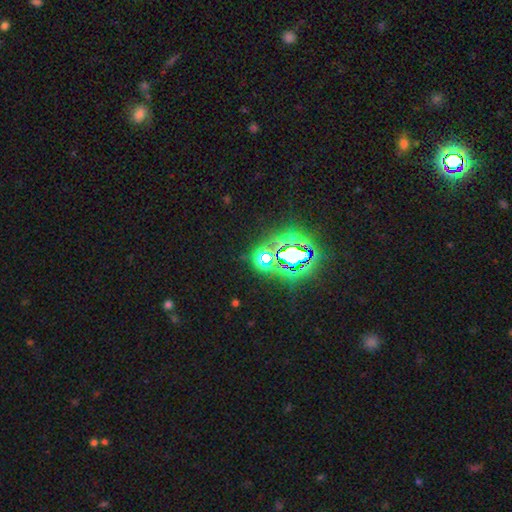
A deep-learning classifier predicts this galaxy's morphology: smooth_or_featured: star or artifact (p=0.80) [alt: smooth p=0.13]